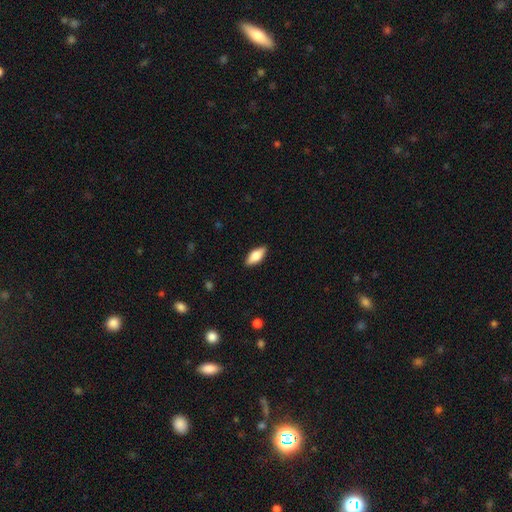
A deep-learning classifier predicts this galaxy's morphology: The model was most divided on "smooth or featured": smooth: 72%, featured or disk: 22%, star or artifact: 6%. More confident: merging — none (88%); how rounded — in between (80%).